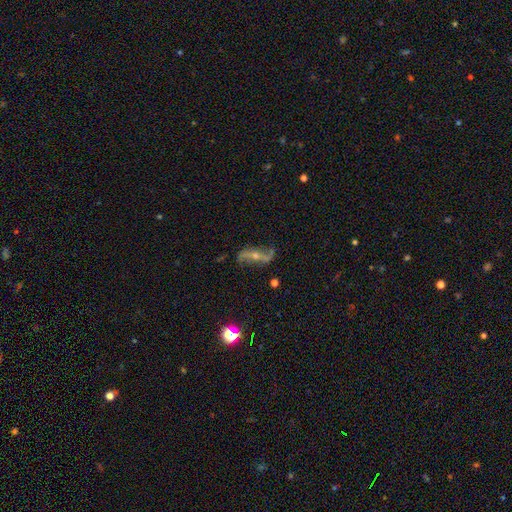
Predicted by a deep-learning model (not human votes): This appears to be a featured or disk galaxy (81%) with no bar (38%), 2 (92%) loose (86%) spiral arms (91%) and a small central bulge (53%). Merging: none (72%).